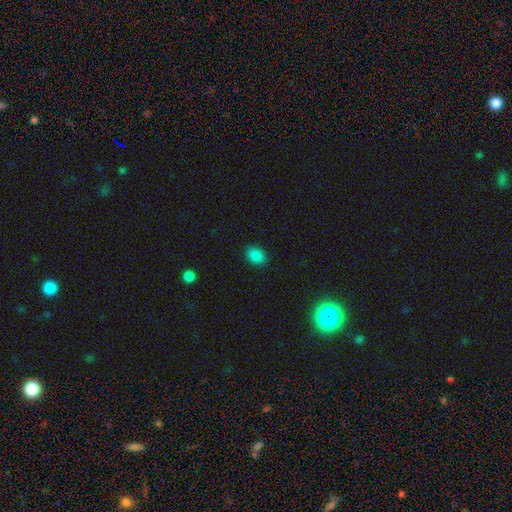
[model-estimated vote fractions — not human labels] Overall: smooth (86%). How rounded: in between (69%; round 30%). Merging: none (88%).